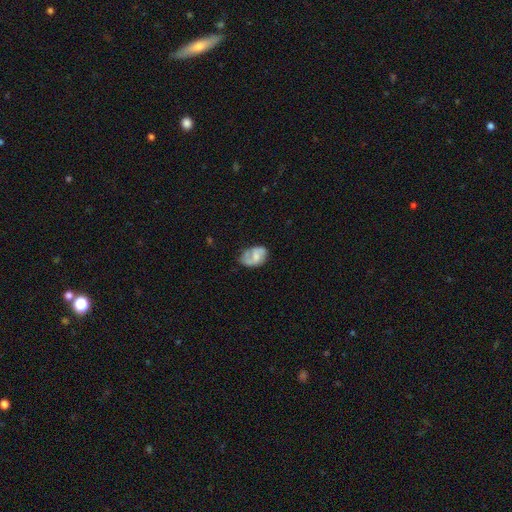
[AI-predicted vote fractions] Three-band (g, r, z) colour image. It shows a featured or disk galaxy (55%) with no bar (53%), spiral arms (73%) and a moderate central bulge (40%). Merging: none (48%).